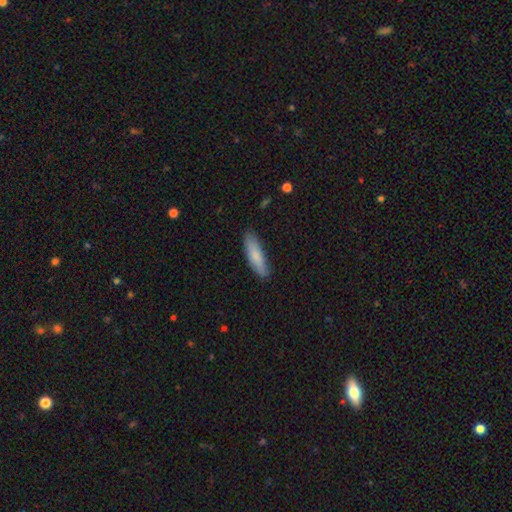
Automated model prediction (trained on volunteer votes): This appears to be a smooth galaxy with no disk features (82%) that is cigar-shaped (67%). Merging: none (86%).